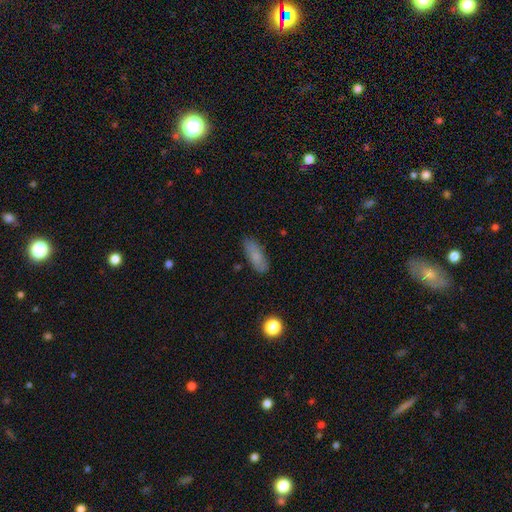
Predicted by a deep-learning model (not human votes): smooth_or_featured: smooth (p=0.76) [alt: featured or disk p=0.16]
how_rounded: in between (p=0.73) [alt: cigar-shaped p=0.25]
merging: none (p=0.83) [alt: minor disturbance p=0.13]